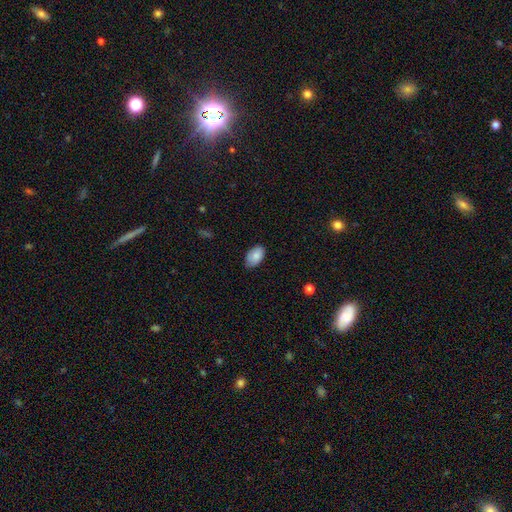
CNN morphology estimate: The model was most divided on "merging": none: 77%, minor disturbance: 20%, major disturbance: 3%, merger: 1%. More confident: how rounded — in between (92%); smooth or featured — smooth (85%).